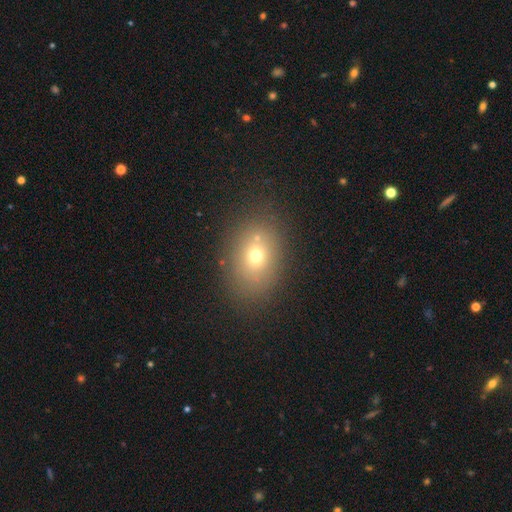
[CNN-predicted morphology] Smooth or featured? smooth (67%)
How rounded? in between (62%)
Merging? none (78%)